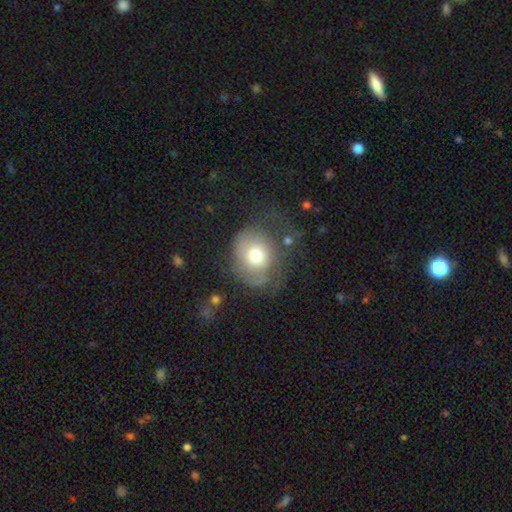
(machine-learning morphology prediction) Smooth or featured: smooth — 58% (featured or disk — 34%)
How rounded: round — 69% (in between — 30%)
Merging: none — 42% (major disturbance — 30%)